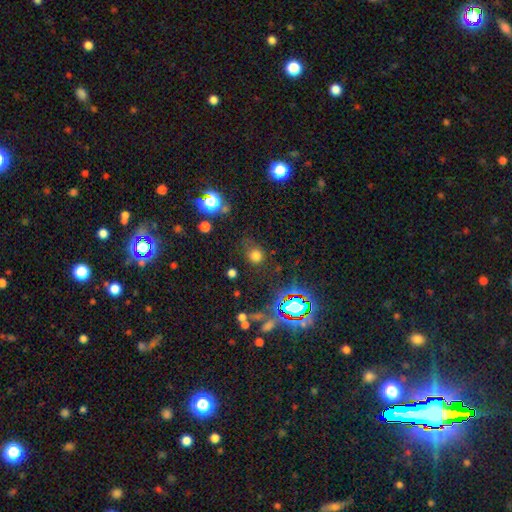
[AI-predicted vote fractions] This appears to be a smooth galaxy with no disk features (69%) that is round (86%). Merging: none (72%).